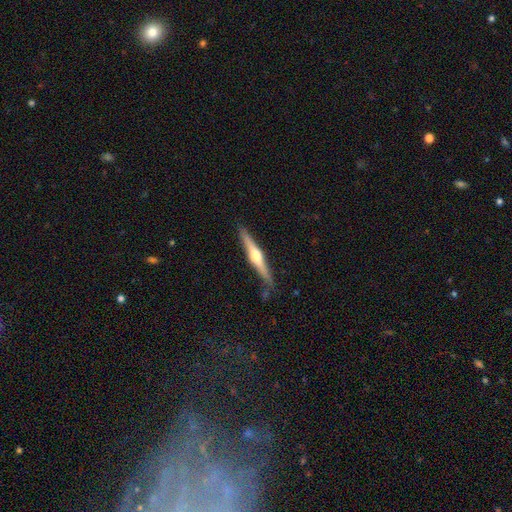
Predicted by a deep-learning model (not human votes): This appears to be a featured or disk galaxy (70%) viewed edge-on (97%) with a rounded central bulge (93%). Merging: none (85%).